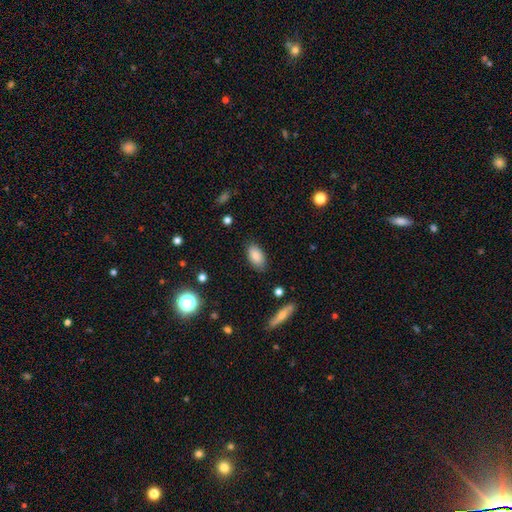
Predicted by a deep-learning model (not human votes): Smooth or featured? Predicted: smooth (p=0.85). How rounded? Predicted: in between (p=0.93). Merging? Predicted: none (p=0.84).